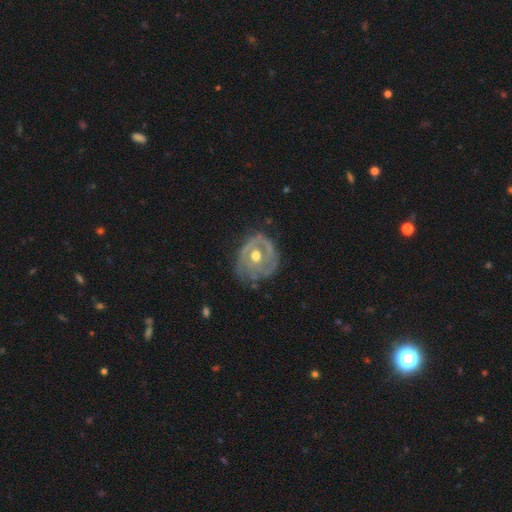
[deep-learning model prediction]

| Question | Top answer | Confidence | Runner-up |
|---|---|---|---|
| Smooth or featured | featured or disk | 77% | smooth (17%) |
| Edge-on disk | no | 96% | yes (4%) |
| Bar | no | 76% | weak (19%) |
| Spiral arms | yes | 65% | no (35%) |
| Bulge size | moderate | 78% | small (14%) |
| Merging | none | 57% | minor disturbance (27%) |